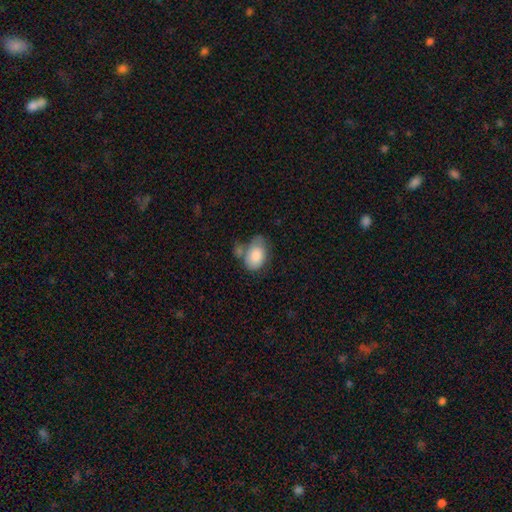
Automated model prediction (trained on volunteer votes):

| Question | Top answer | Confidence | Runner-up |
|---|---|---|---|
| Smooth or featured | smooth | 81% | featured or disk (13%) |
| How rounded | in between | 84% | round (15%) |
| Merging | none | 38% | minor disturbance (26%) |